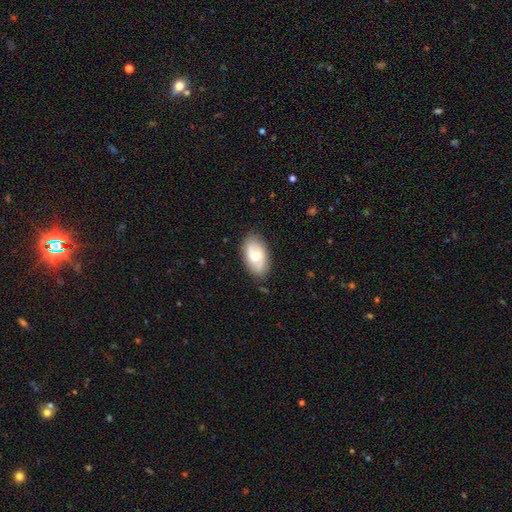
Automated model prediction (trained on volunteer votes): The model was most divided on "smooth or featured": smooth: 61%, featured or disk: 33%, star or artifact: 6%. More confident: how rounded — in between (93%); merging — none (84%).